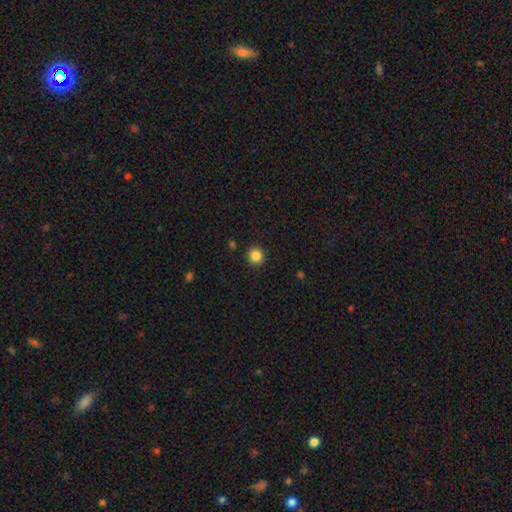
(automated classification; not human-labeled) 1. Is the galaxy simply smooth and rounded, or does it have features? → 85% smooth, 11% star or artifact, 4% featured or disk.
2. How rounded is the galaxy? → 93% round, 6% in between, 1% cigar-shaped.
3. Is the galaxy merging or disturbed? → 92% none, 5% minor disturbance, 2% major disturbance, 1% merger.